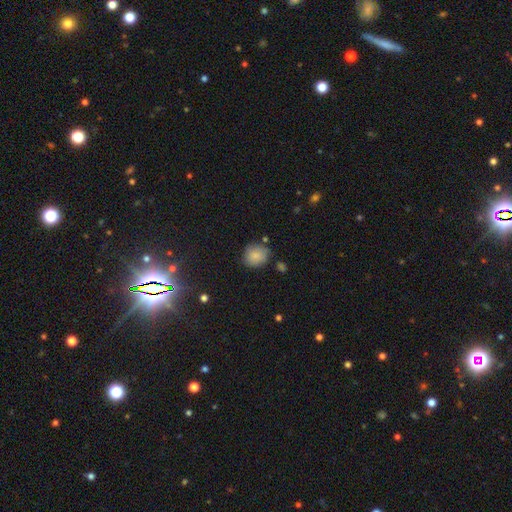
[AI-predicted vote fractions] Morphology: type=smooth (82%); roundness=round (78%); merging=none (71%).